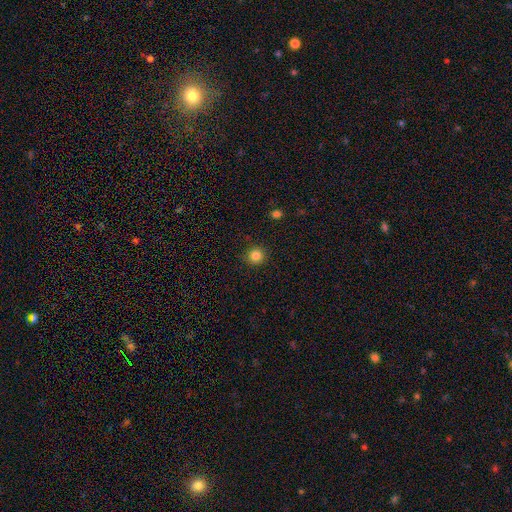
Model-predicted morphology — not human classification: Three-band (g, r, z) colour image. It shows a smooth galaxy with no disk features (84%) that is round (94%). Merging: none (91%).